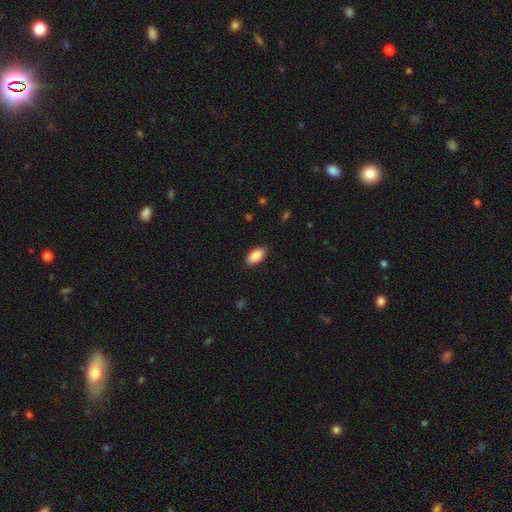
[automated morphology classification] Smooth or featured? smooth (89%)
How rounded? in between (93%)
Merging? none (85%)